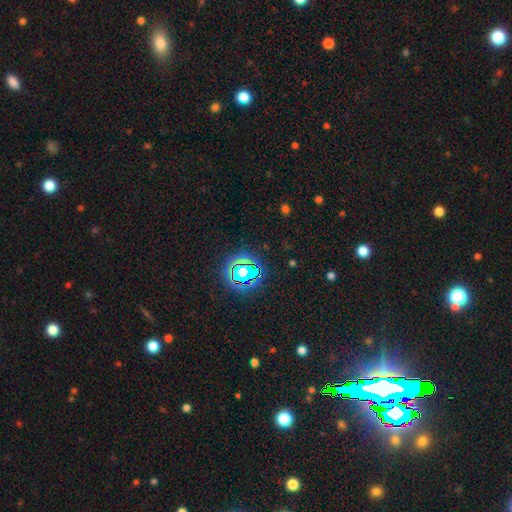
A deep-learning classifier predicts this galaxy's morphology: Overall: star or artifact (84%).